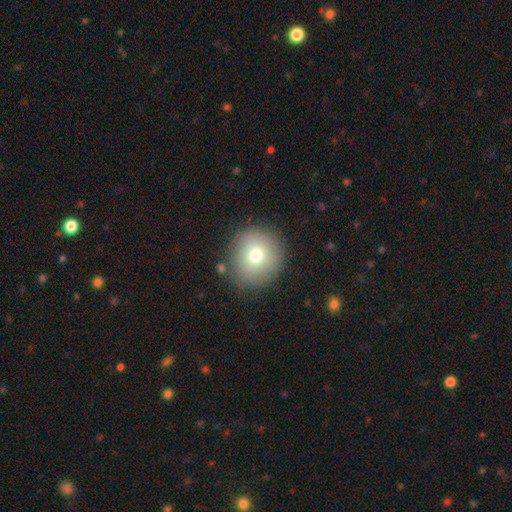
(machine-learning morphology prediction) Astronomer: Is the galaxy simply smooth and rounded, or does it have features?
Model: smooth — 75%.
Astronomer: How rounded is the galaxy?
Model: round — 89%.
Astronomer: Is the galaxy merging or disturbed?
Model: none — 84%.